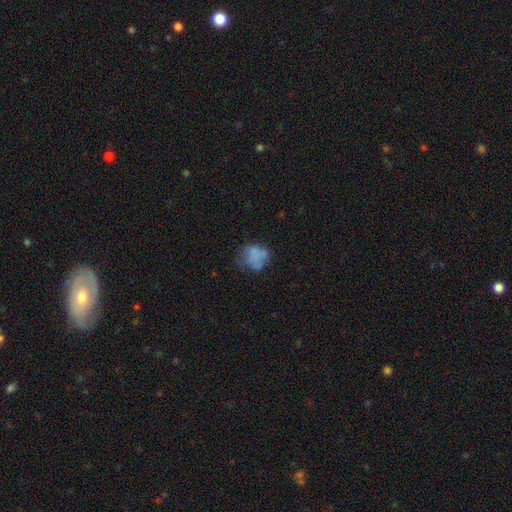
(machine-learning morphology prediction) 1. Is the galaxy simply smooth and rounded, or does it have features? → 64% smooth, 25% featured or disk, 11% star or artifact.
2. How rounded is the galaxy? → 64% round, 35% in between, 1% cigar-shaped.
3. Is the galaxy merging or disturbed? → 42% none, 29% minor disturbance, 22% major disturbance, 7% merger.